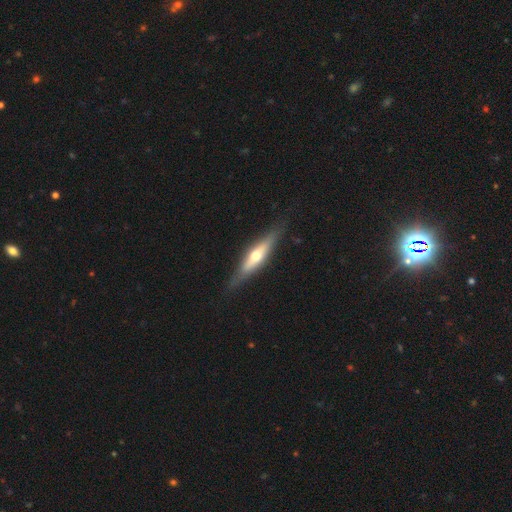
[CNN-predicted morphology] Overall: featured or disk (58%; smooth 36%). Edge-on disk: yes (89%). Edge-on bulge: rounded (91%). Merging: none (85%).